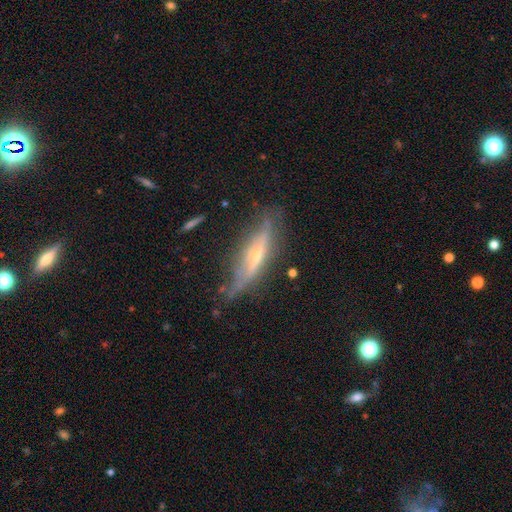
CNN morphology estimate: A featured or disk galaxy (72%) viewed edge-on (90%) with a rounded central bulge (73%). Merging: none (71%).